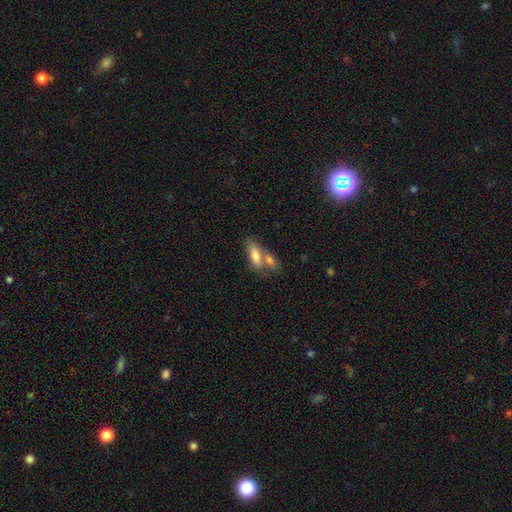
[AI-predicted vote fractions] smooth-or-featured: smooth: 75% | featured or disk: 18% | star or artifact: 7%
  how-rounded: in between: 71% | cigar-shaped: 25% | round: 3%
  merging: merger: 47% | none: 36% | minor disturbance: 11% | major disturbance: 5%